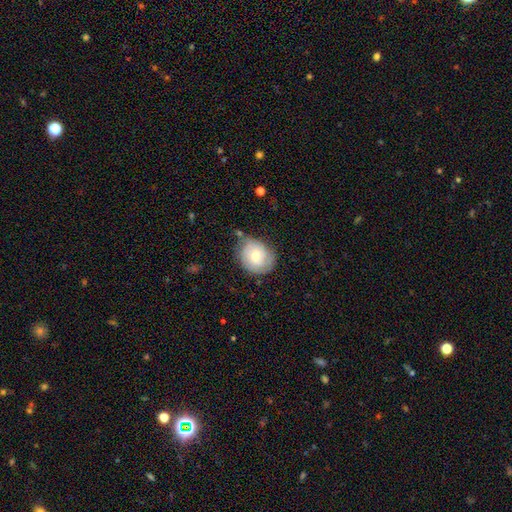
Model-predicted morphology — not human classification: smooth_or_featured: smooth (p=0.49) [alt: featured or disk p=0.43]
merging: none (p=0.64) [alt: minor disturbance p=0.25]